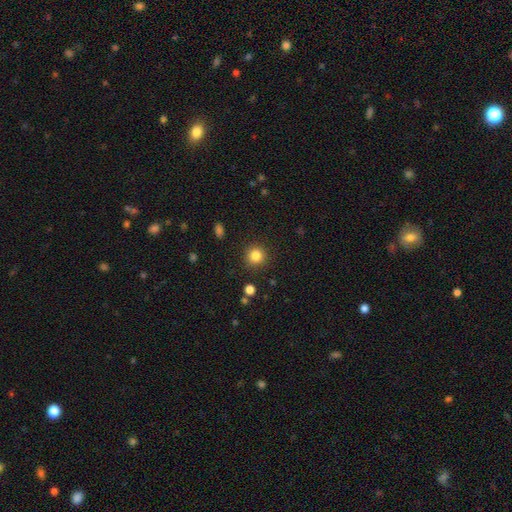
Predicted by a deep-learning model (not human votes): A smooth galaxy with no disk features (84%) that is round (93%). Merging: none (90%).